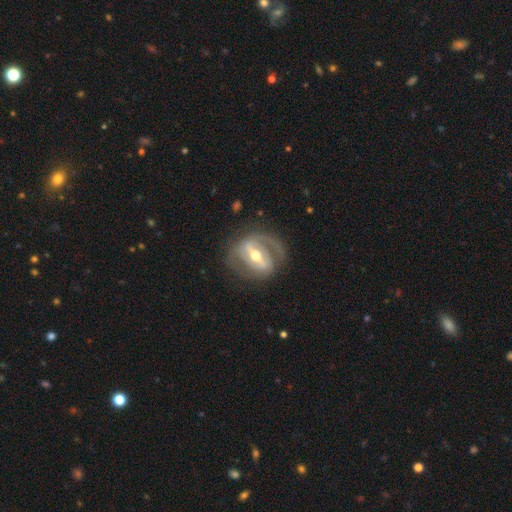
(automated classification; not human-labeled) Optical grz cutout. It shows a featured or disk galaxy (83%) with a strong bar (60%), 2 (67%) medium (41%) spiral arms (81%) and a moderate central bulge (71%). Merging: none (69%).